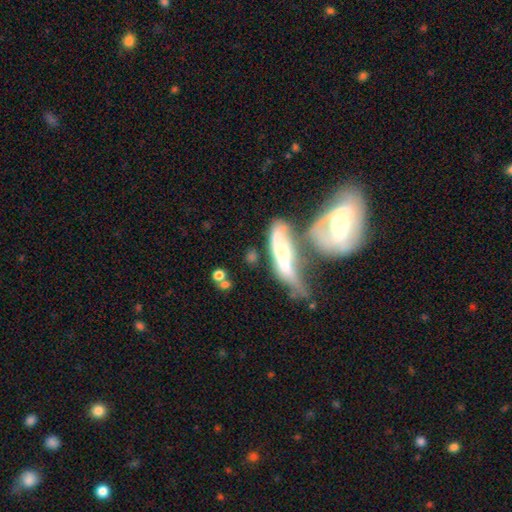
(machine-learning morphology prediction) Smooth or featured?
  - featured or disk: 57% *
  - smooth: 35%
  - star or artifact: 8%
Edge-on disk?
  - no: 67% *
  - yes: 33%
Merging?
  - merger: 53% *
  - major disturbance: 18%
  - none: 17%
  - minor disturbance: 13%